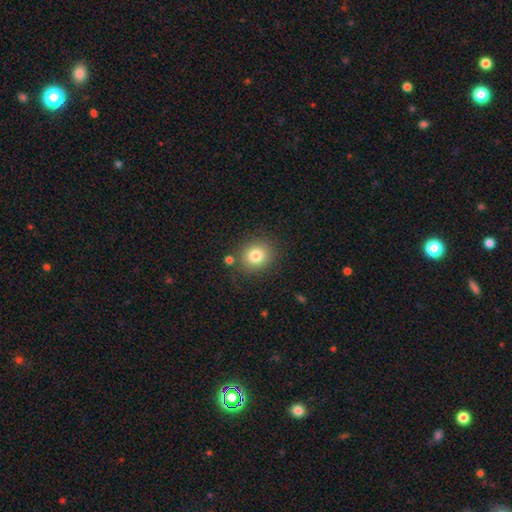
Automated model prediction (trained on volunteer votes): Smooth or featured?
  - smooth: 81% *
  - star or artifact: 11%
  - featured or disk: 8%
How rounded?
  - round: 78% *
  - in between: 21%
  - cigar-shaped: 1%
Merging?
  - none: 83% *
  - minor disturbance: 10%
  - merger: 4%
  - major disturbance: 3%